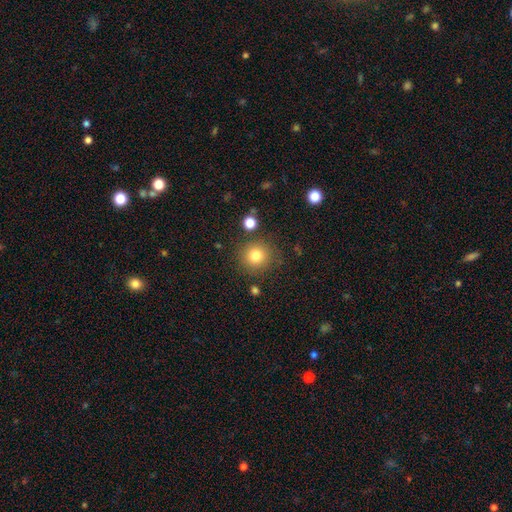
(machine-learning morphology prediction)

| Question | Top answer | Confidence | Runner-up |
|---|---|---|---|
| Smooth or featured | smooth | 80% | star or artifact (12%) |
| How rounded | round | 93% | in between (6%) |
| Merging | none | 84% | minor disturbance (8%) |